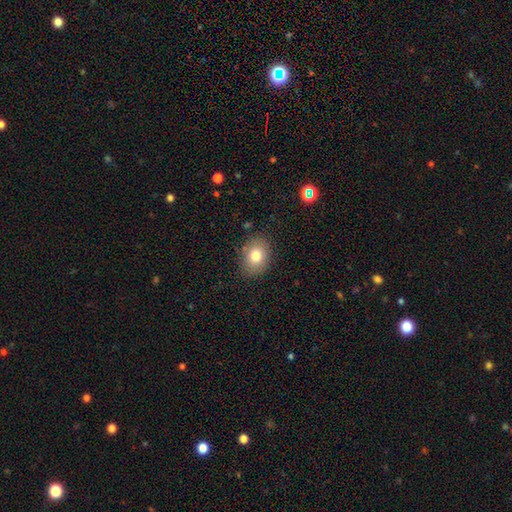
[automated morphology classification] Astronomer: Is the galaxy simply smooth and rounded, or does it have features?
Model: smooth — 79%.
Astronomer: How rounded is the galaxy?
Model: in between — 66%.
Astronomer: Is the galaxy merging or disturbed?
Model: none — 84%.